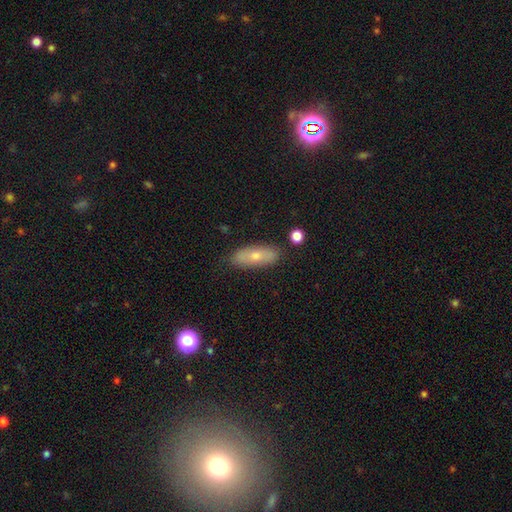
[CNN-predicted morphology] smooth-or-featured: smooth: 58% | featured or disk: 33% | star or artifact: 9%
  how-rounded: in between: 62% | cigar-shaped: 34% | round: 4%
  merging: none: 84% | minor disturbance: 12% | major disturbance: 2% | merger: 2%